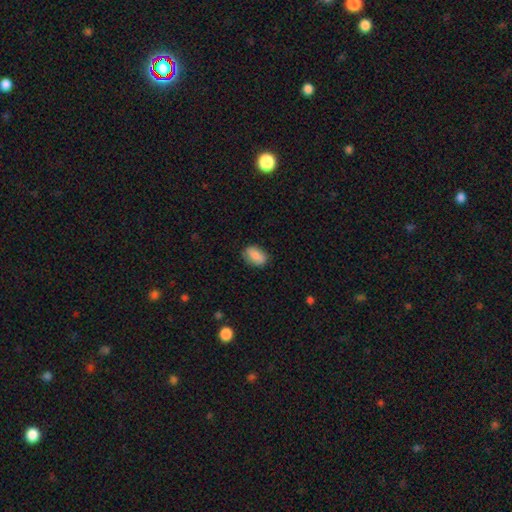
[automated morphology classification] A smooth galaxy with no disk features (84%) that is in between round and cigar-shaped (87%). Merging: none (81%).